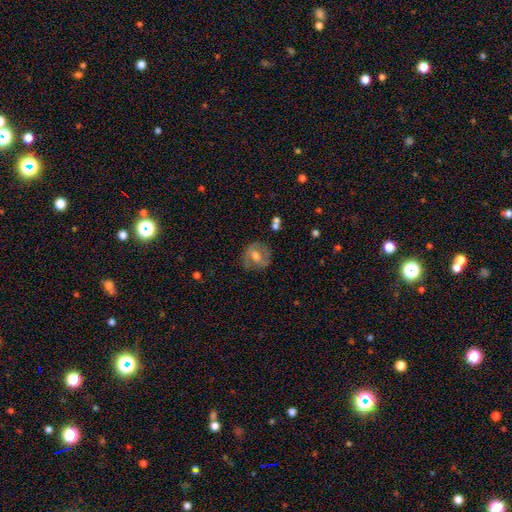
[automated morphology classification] A featured or disk galaxy (50%). Merging: none (72%).